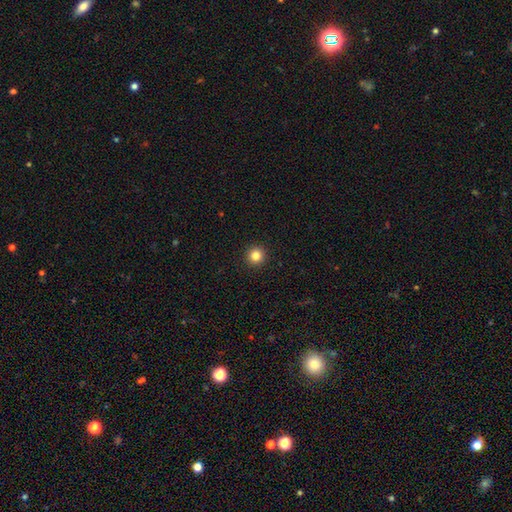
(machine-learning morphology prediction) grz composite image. It shows a smooth galaxy with no disk features (83%) that is round (95%). Merging: none (94%).